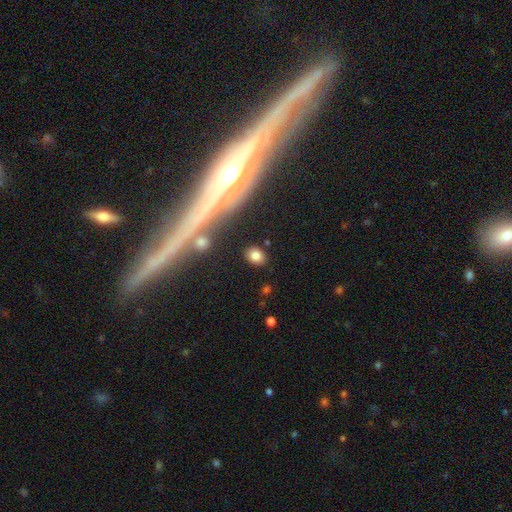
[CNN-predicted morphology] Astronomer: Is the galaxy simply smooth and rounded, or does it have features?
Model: smooth — 80%.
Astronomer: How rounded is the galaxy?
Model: in between — 64%.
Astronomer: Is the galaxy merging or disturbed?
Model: none — 84%.